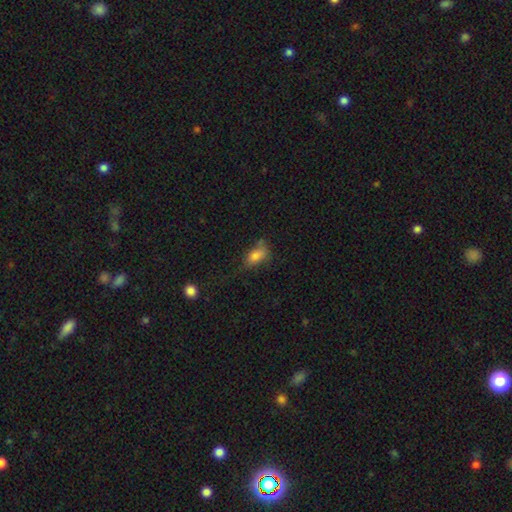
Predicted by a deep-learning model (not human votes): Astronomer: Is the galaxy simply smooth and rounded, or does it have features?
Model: smooth — 77%.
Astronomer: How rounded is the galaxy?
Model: in between — 86%.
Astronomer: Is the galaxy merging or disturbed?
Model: none — 48% (runner-up: minor disturbance, 30%).